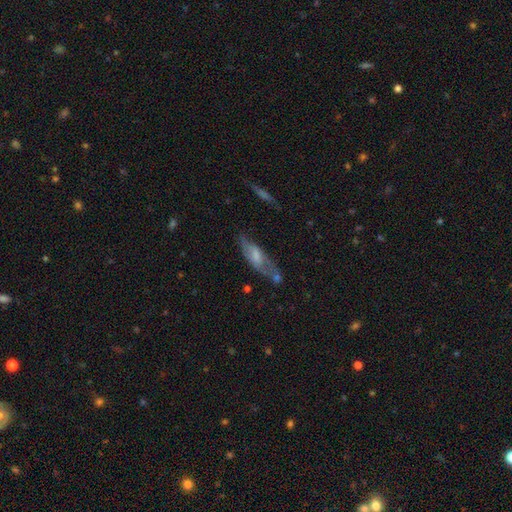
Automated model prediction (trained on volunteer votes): Q: Smooth or featured?
A: featured or disk (46%); tied with: smooth (46%)
Q: Merging?
A: none (48%); runner-up: minor disturbance (28%)